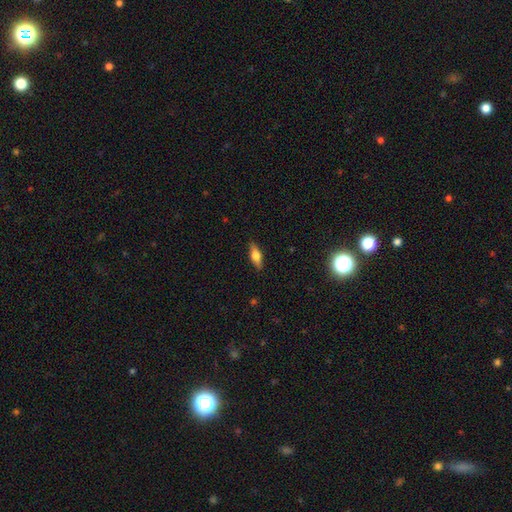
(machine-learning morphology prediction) smooth-or-featured: smooth: 57% | featured or disk: 36% | star or artifact: 7%
  how-rounded: in between: 61% | cigar-shaped: 36% | round: 3%
  merging: none: 86% | minor disturbance: 10% | major disturbance: 2% | merger: 1%